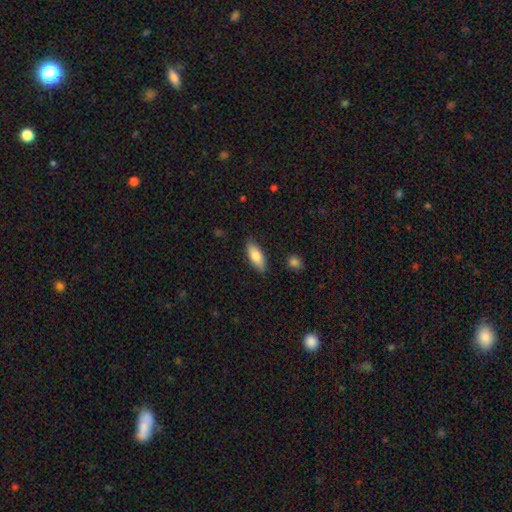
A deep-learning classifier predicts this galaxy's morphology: The model was most divided on "how rounded": in between: 80%, cigar-shaped: 18%, round: 2%. More confident: merging — none (86%); smooth or featured — smooth (78%).